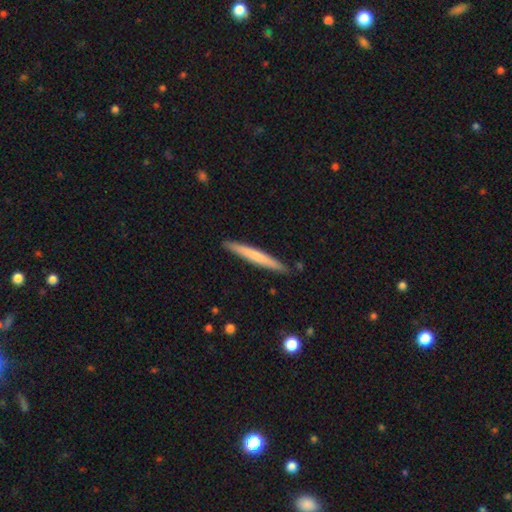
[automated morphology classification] type=smooth (63%); roundness=cigar-shaped (97%); merging=none (90%).